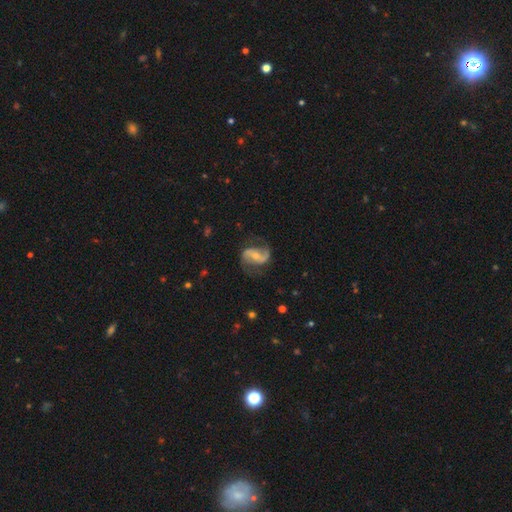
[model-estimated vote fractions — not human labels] Morphology: type=featured or disk (85%); edge-on=no (97%); bar=weak (37%); spiral arms=yes (95%); winding=loose (46%); arm count=2 (92%); bulge=small (49%); merging=none (73%).